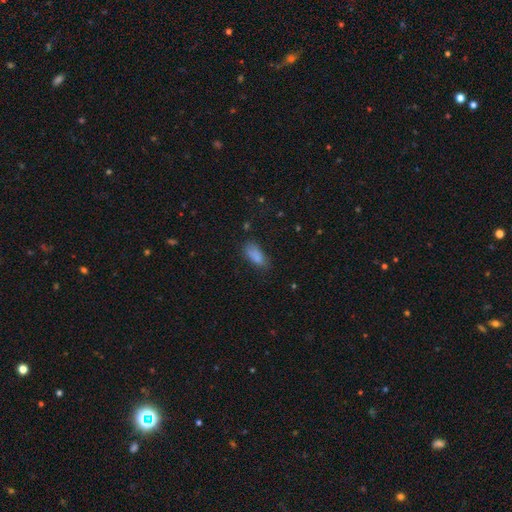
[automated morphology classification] smooth 84%, star or artifact 9%, featured or disk 6%. Down the decision tree: how rounded — in between (82%); merging — none (67%).